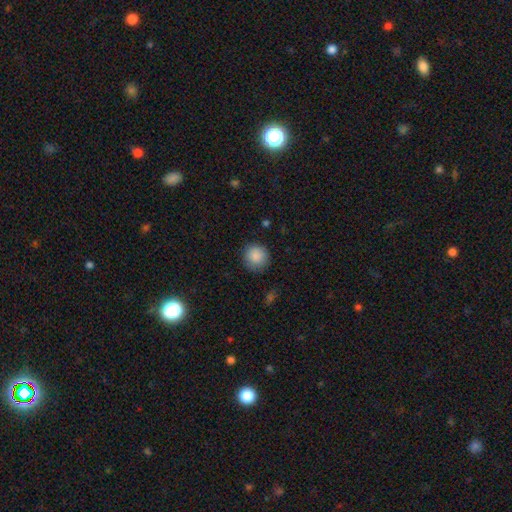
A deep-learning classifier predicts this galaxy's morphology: Q: Smooth or featured?
A: smooth (88%); runner-up: star or artifact (8%)
Q: How rounded?
A: round (91%); runner-up: in between (8%)
Q: Merging?
A: none (86%); runner-up: minor disturbance (10%)